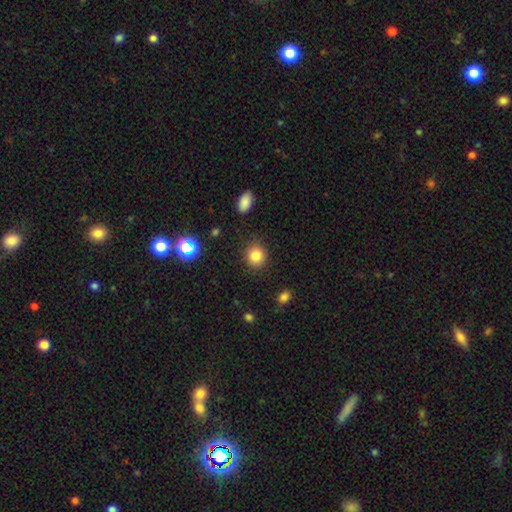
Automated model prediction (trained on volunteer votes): Smooth or featured?
  - smooth: 82% *
  - star or artifact: 12%
  - featured or disk: 6%
How rounded?
  - round: 85% *
  - in between: 14%
  - cigar-shaped: 1%
Merging?
  - none: 88% *
  - minor disturbance: 8%
  - major disturbance: 3%
  - merger: 2%